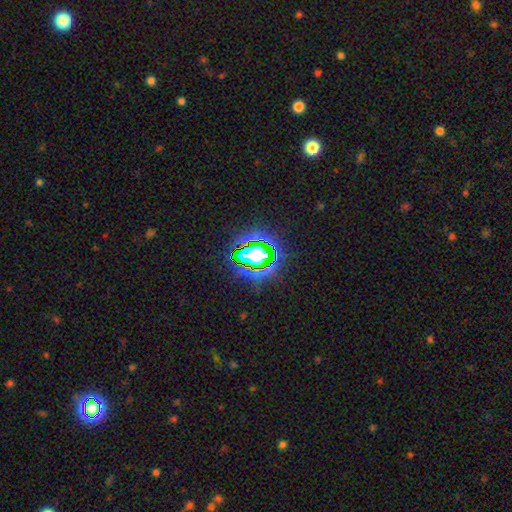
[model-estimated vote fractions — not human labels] Overall: star or artifact (77%).